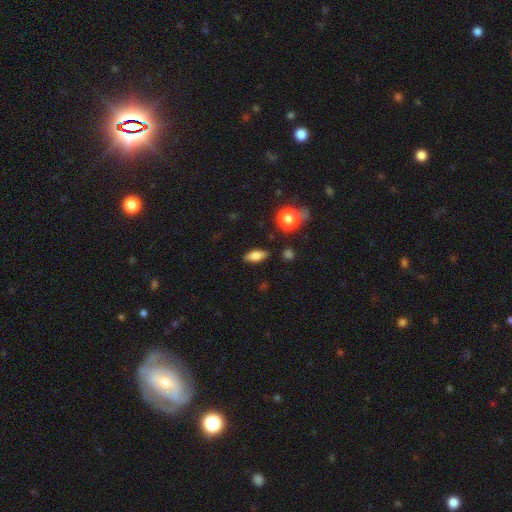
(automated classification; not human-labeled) A smooth galaxy with no disk features (75%) that is in between round and cigar-shaped (75%). Merging: none (84%).